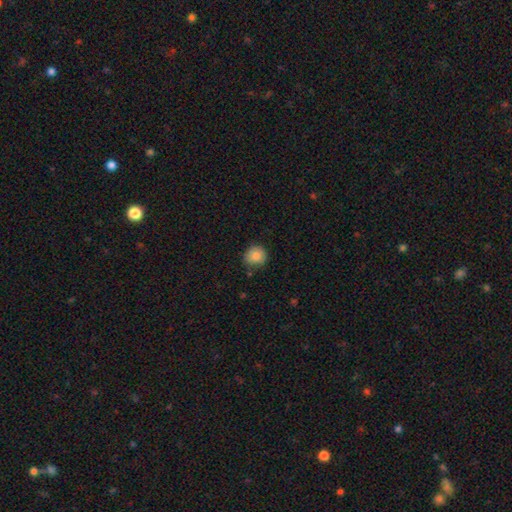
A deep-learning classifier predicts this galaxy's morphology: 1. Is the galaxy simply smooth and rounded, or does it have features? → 86% smooth, 9% star or artifact, 5% featured or disk.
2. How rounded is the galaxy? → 86% round, 13% in between, 1% cigar-shaped.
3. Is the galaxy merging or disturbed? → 80% none, 15% minor disturbance, 3% major disturbance, 2% merger.